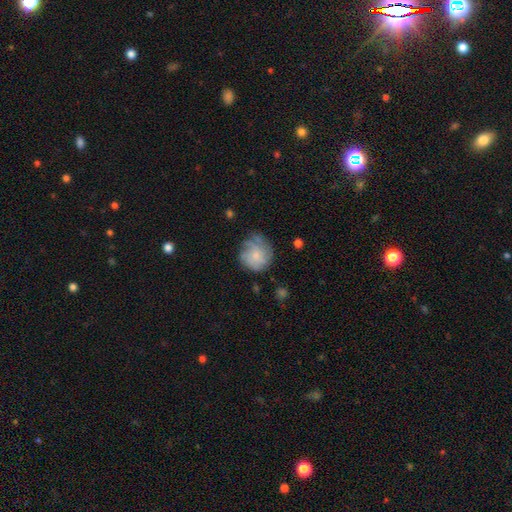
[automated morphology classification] Smooth or featured? Predicted: smooth (p=0.52). How rounded? Predicted: round (p=0.85). Merging? Predicted: none (p=0.59).